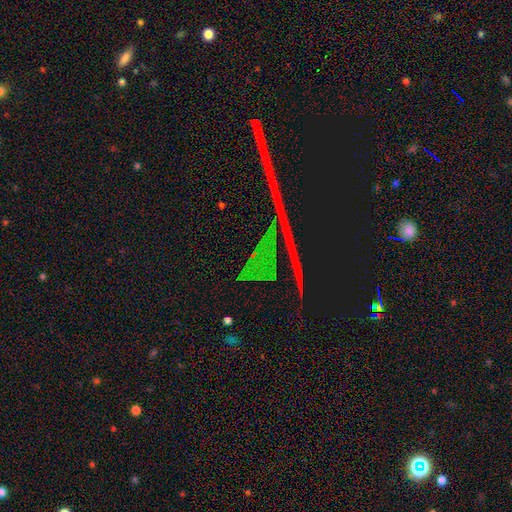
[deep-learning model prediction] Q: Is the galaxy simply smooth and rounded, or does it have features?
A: star or artifact — 84%.